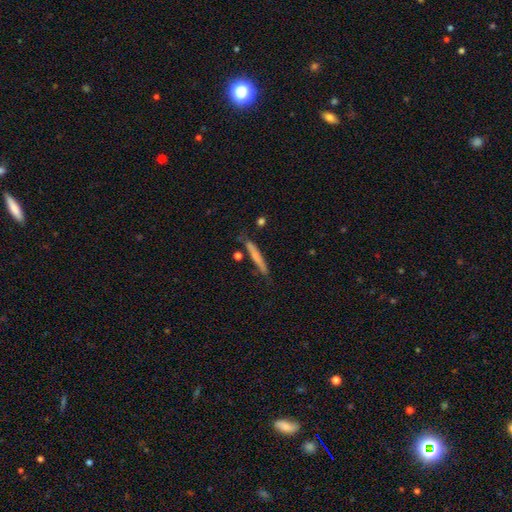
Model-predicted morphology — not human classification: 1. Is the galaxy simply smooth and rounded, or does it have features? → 67% smooth, 27% featured or disk, 7% star or artifact.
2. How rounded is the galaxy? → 94% cigar-shaped, 4% in between, 2% round.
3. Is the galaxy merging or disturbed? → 77% none, 15% minor disturbance, 4% merger, 3% major disturbance.